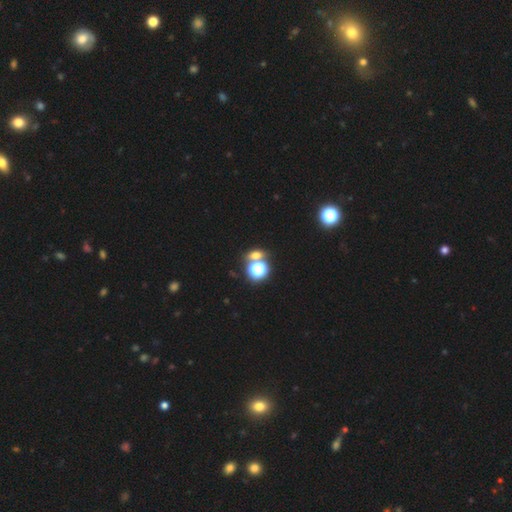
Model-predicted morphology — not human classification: Smooth or featured: smooth — 51% (star or artifact — 37%)
How rounded: round — 52% (in between — 41%)
Merging: none — 64% (merger — 23%)